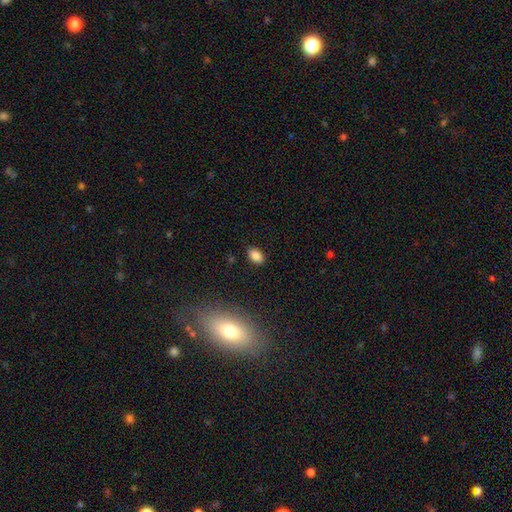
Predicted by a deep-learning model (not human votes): The model was most divided on "smooth or featured": smooth: 85%, star or artifact: 10%, featured or disk: 5%. More confident: how rounded — in between (87%); merging — none (86%).